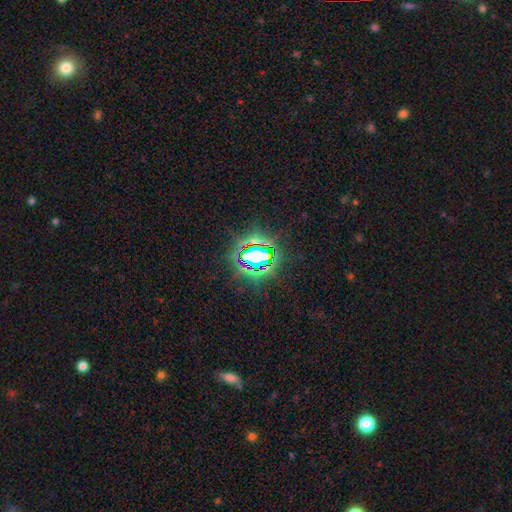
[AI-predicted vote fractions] Q: Smooth or featured?
A: star or artifact (74%); runner-up: smooth (16%)